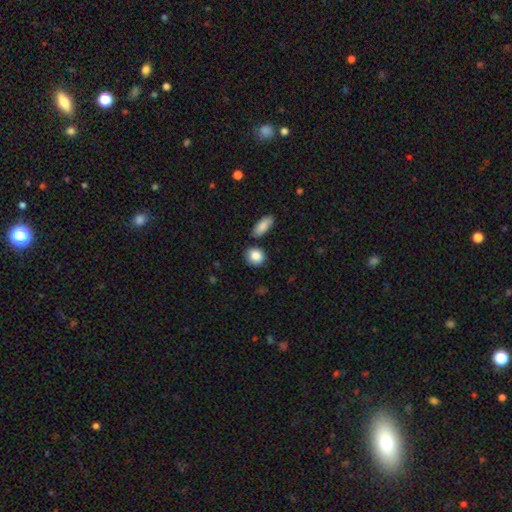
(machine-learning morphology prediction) type=smooth (88%); roundness=round (73%); merging=none (79%).